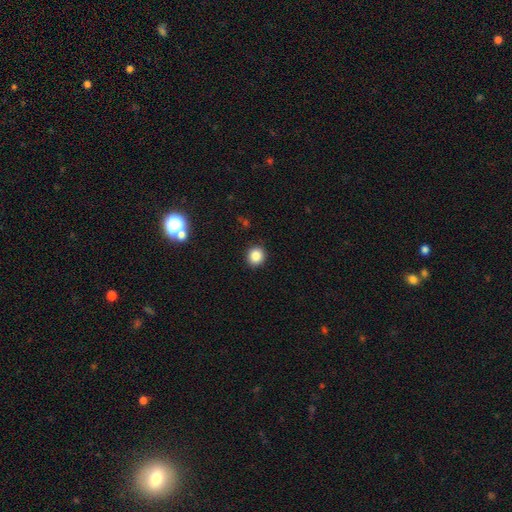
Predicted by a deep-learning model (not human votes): The model was most divided on "smooth or featured": smooth: 85%, star or artifact: 11%, featured or disk: 4%. More confident: merging — none (92%); how rounded — round (91%).